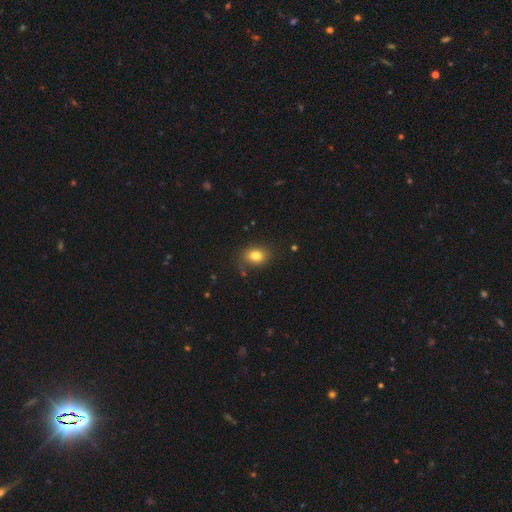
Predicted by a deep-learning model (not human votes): smooth_or_featured: smooth (p=0.81) [alt: star or artifact p=0.10]
how_rounded: in between (p=0.66) [alt: round p=0.33]
merging: none (p=0.77) [alt: minor disturbance p=0.16]